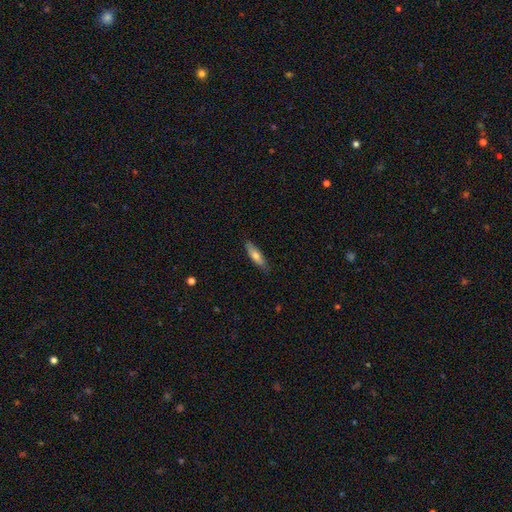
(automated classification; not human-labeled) smooth_or_featured: smooth (p=0.69) [alt: featured or disk p=0.25]
how_rounded: cigar-shaped (p=0.60) [alt: in between p=0.38]
merging: none (p=0.84) [alt: minor disturbance p=0.13]